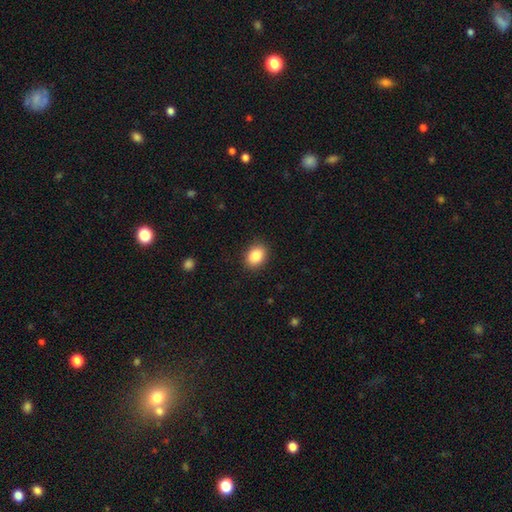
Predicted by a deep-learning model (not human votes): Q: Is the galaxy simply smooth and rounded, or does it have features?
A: smooth — 87%.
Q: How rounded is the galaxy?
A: in between — 66%.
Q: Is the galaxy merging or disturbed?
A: none — 89%.